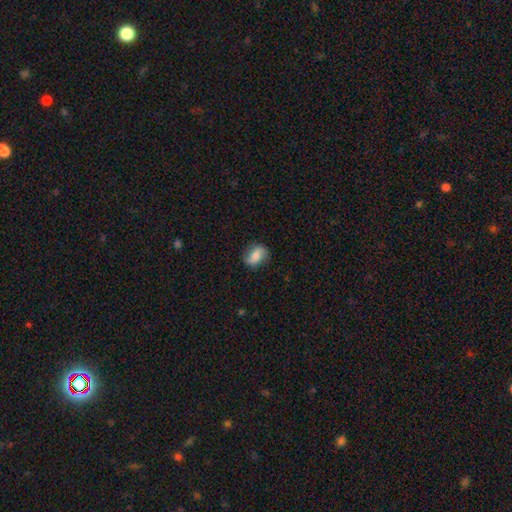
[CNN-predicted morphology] smooth-or-featured: smooth: 63% | featured or disk: 29% | star or artifact: 8%
  how-rounded: in between: 68% | round: 30% | cigar-shaped: 3%
  merging: none: 80% | minor disturbance: 15% | major disturbance: 4% | merger: 1%